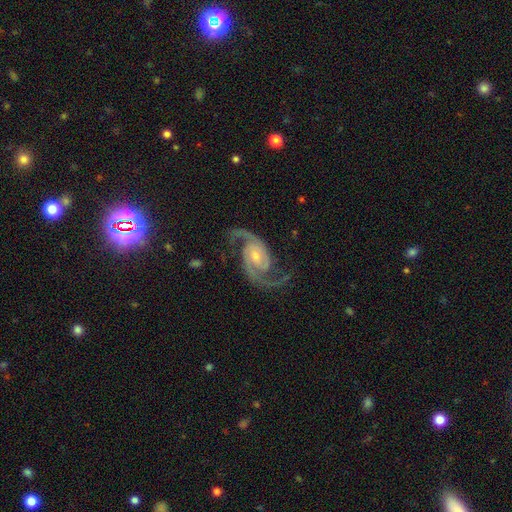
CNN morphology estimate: Smooth or featured? Predicted: featured or disk (p=0.93). Edge-on disk? Predicted: no (p=0.98). Bar? Predicted: no (p=0.58). Spiral arms? Predicted: yes (p=0.99). Spiral winding? Predicted: medium (p=0.57). Spiral arm count? Predicted: 2 (p=0.94). Bulge size? Predicted: small (p=0.57). Merging? Predicted: none (p=0.77).